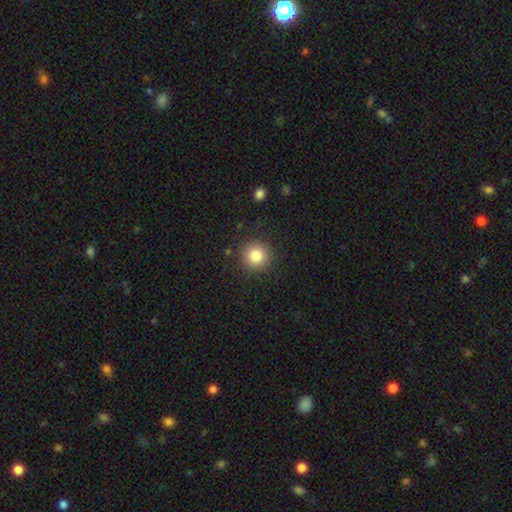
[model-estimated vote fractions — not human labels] smooth 83%, star or artifact 11%, featured or disk 6%. Down the decision tree: how rounded — round (94%); merging — none (89%).